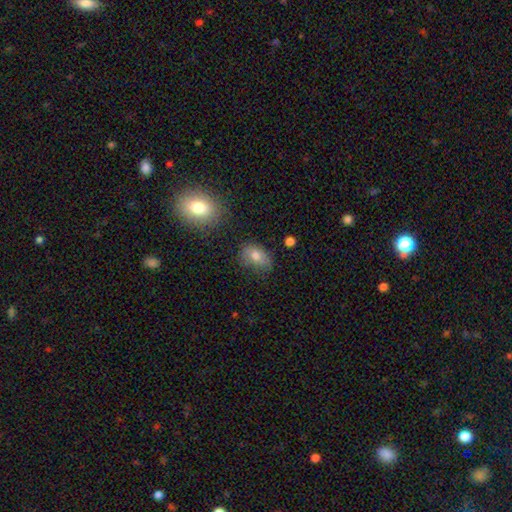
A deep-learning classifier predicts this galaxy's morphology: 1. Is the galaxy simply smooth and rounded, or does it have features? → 74% smooth, 14% featured or disk, 12% star or artifact.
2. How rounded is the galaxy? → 78% in between, 21% round, 2% cigar-shaped.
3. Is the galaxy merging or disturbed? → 58% none, 29% minor disturbance, 10% major disturbance, 3% merger.